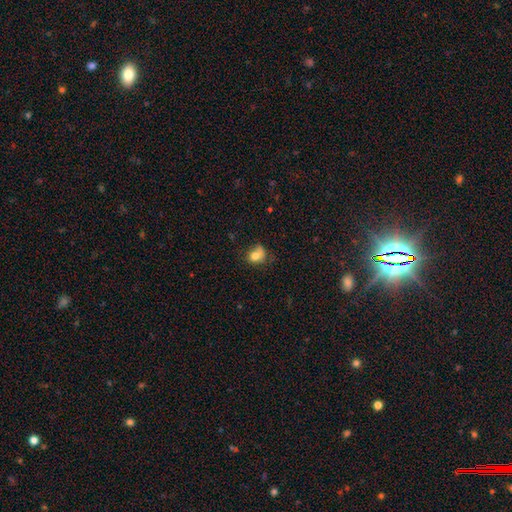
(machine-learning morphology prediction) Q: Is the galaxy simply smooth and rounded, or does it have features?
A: smooth — 75%.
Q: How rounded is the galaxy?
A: round — 56%.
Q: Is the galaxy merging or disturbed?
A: none — 41%.